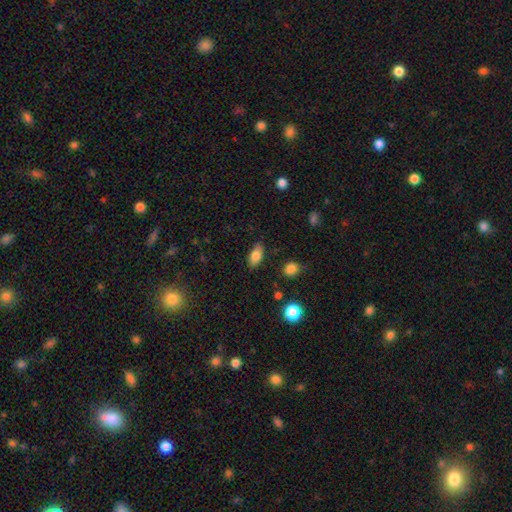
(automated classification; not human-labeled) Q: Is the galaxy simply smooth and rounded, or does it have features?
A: smooth — 81%.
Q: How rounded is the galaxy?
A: in between — 88%.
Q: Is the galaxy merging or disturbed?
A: none — 82%.